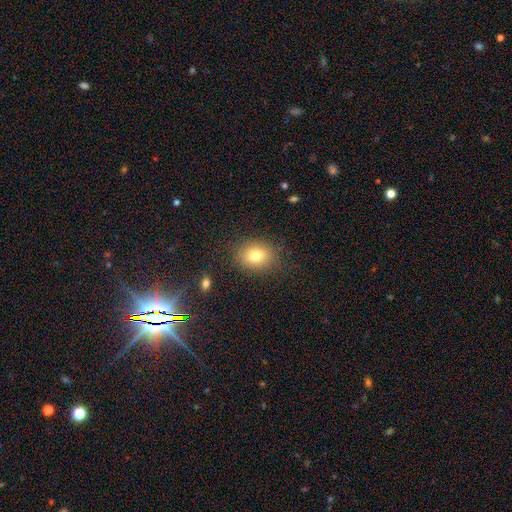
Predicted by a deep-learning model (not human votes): smooth-or-featured: smooth: 78% | star or artifact: 12% | featured or disk: 10%
  how-rounded: round: 56% | in between: 43% | cigar-shaped: 1%
  merging: none: 84% | minor disturbance: 10% | major disturbance: 4% | merger: 1%